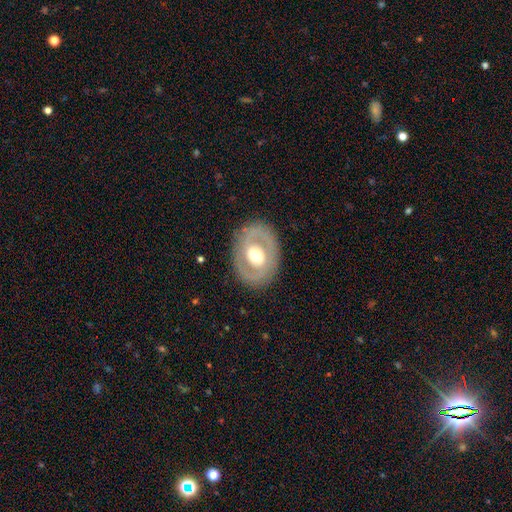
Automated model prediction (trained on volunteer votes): Smooth or featured? featured or disk (65%)
Edge-on disk? no (94%)
Bar? no (64%)
Spiral arms? no (67%)
Bulge size? moderate (68%)
Merging? none (83%)